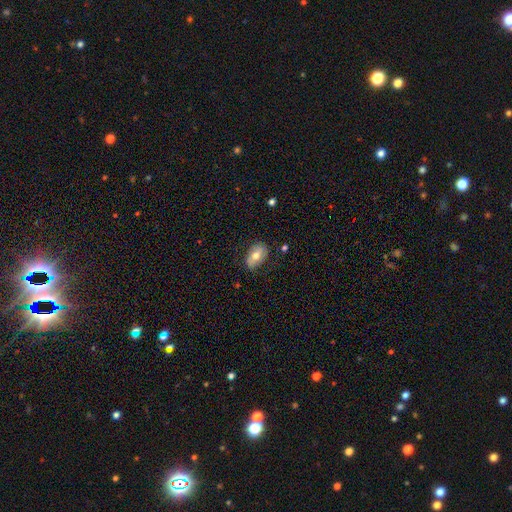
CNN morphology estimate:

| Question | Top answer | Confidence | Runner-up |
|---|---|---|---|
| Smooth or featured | smooth | 61% | featured or disk (31%) |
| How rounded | in between | 88% | round (10%) |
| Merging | none | 74% | minor disturbance (20%) |